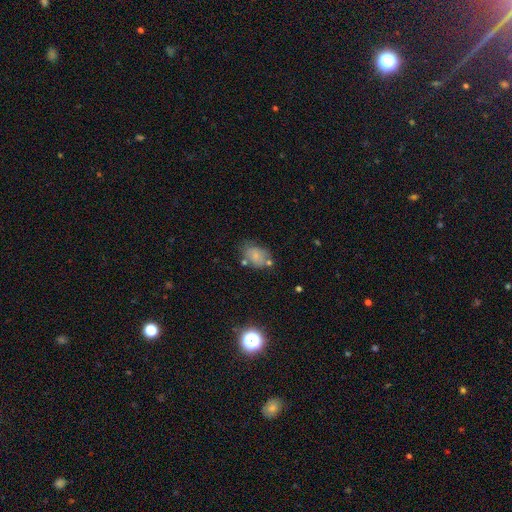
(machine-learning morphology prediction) smooth-or-featured: smooth: 74% | featured or disk: 16% | star or artifact: 10%
  how-rounded: in between: 81% | round: 17% | cigar-shaped: 1%
  merging: none: 59% | minor disturbance: 23% | merger: 11% | major disturbance: 7%